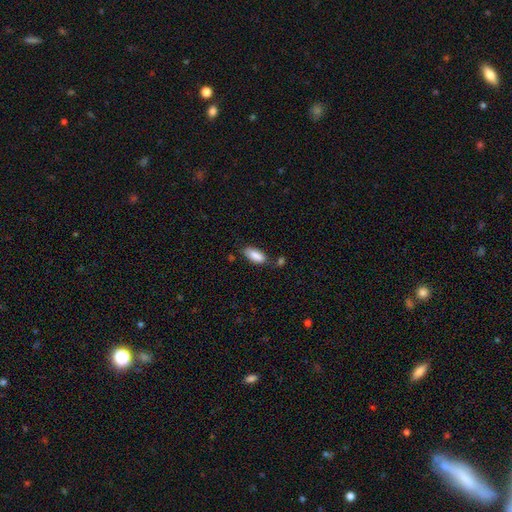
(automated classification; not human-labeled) This appears to be a smooth galaxy with no disk features (87%) that is in between round and cigar-shaped (85%). Merging: none (69%).